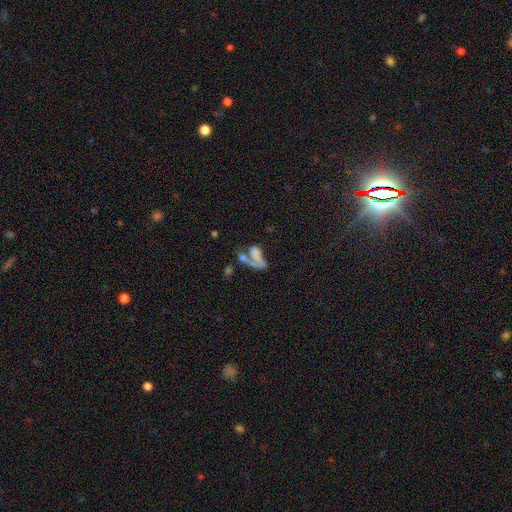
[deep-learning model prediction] This is possibly a smooth galaxy (52%). How rounded: likely in between (75%). Merging: possibly merger (51%).